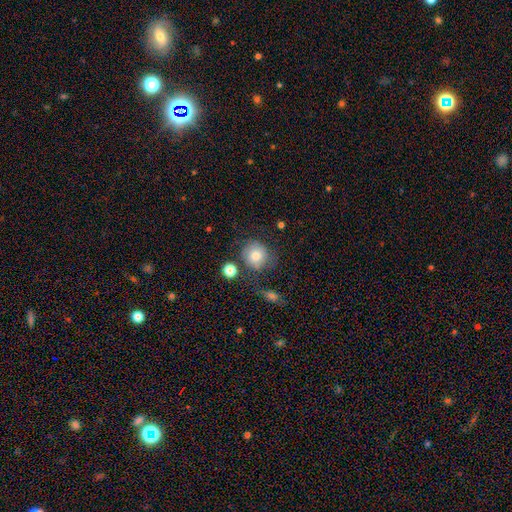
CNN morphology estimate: smooth-or-featured: smooth: 74% | featured or disk: 15% | star or artifact: 10%
  how-rounded: round: 84% | in between: 15% | cigar-shaped: 1%
  merging: none: 62% | minor disturbance: 21% | major disturbance: 9% | merger: 8%